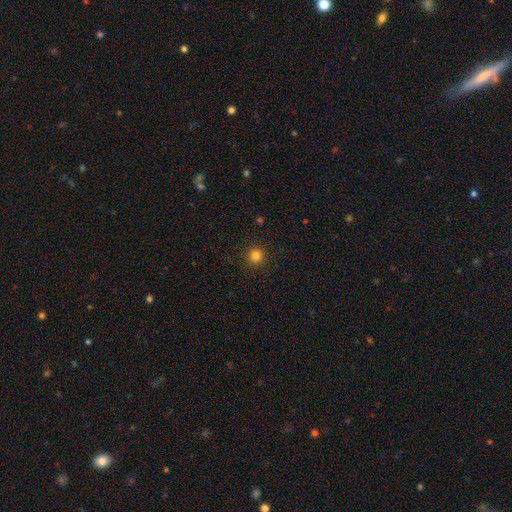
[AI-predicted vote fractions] Smooth or featured?
  - smooth: 82% *
  - star or artifact: 14%
  - featured or disk: 4%
How rounded?
  - round: 95% *
  - in between: 4%
  - cigar-shaped: 1%
Merging?
  - none: 92% *
  - minor disturbance: 5%
  - major disturbance: 2%
  - merger: 1%